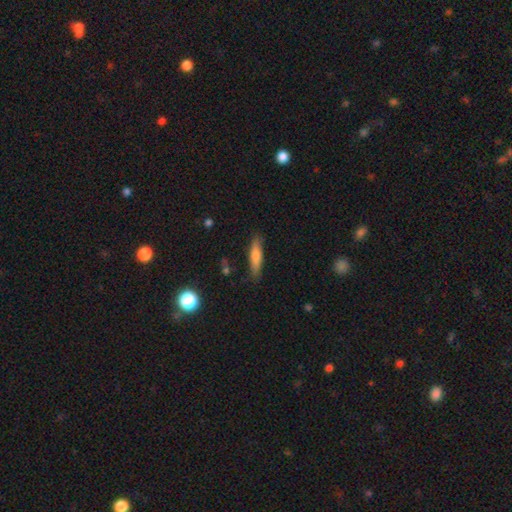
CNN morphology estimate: The model was most divided on "smooth or featured": smooth: 69%, featured or disk: 24%, star or artifact: 7%. More confident: merging — none (84%); how rounded — cigar-shaped (79%).